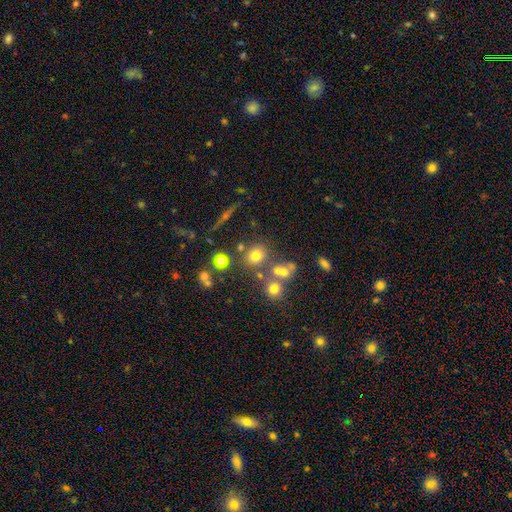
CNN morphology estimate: This appears to be a smooth galaxy with no disk features (67%) that is round (72%). Merging: none (69%).